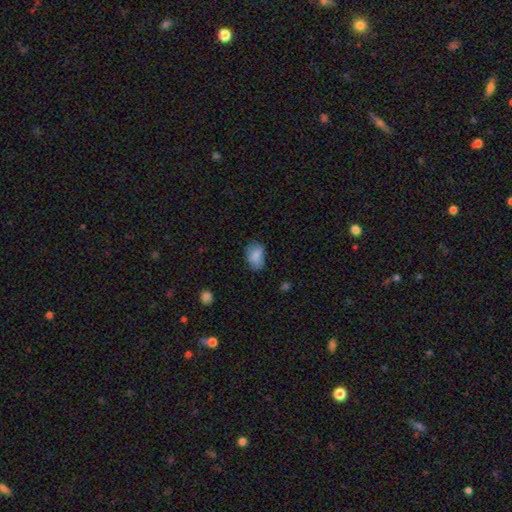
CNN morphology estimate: Smooth or featured: smooth — 81% (featured or disk — 11%)
How rounded: in between — 83% (round — 15%)
Merging: none — 66% (minor disturbance — 25%)